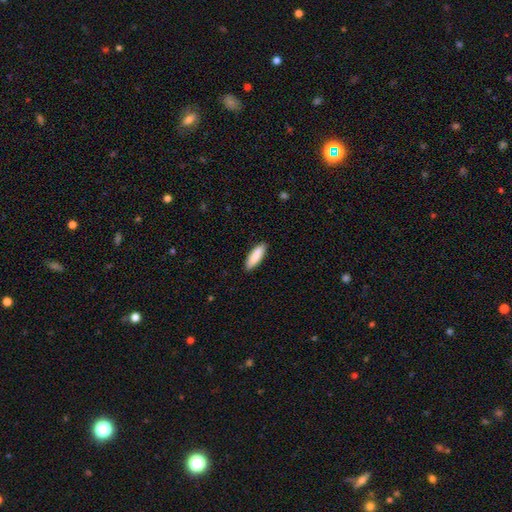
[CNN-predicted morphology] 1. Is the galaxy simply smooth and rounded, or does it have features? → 88% smooth, 7% featured or disk, 5% star or artifact.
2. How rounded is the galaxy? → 51% in between, 48% cigar-shaped, 1% round.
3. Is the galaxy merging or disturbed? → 90% none, 8% minor disturbance, 2% major disturbance, 1% merger.